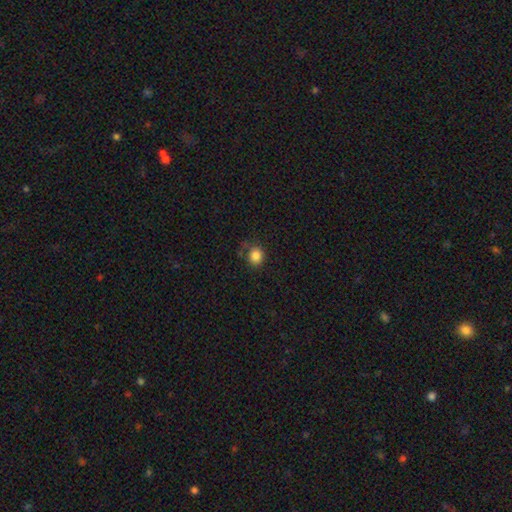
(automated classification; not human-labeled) This is clearly a smooth galaxy (83%). How rounded: likely round (79%). Merging: likely none (69%).